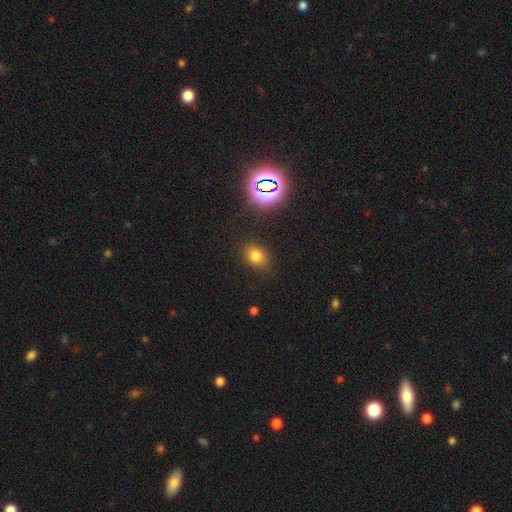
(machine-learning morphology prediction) Smooth or featured: smooth — 73% (star or artifact — 19%)
How rounded: in between — 57% (round — 42%)
Merging: none — 83% (minor disturbance — 11%)